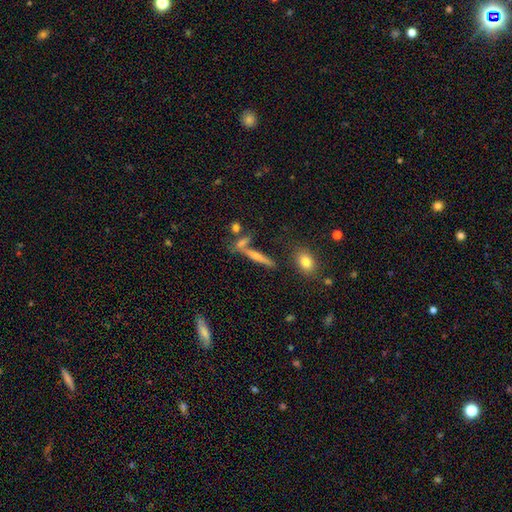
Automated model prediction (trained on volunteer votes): This is possibly a smooth galaxy (46%). Merging: likely none (62%).